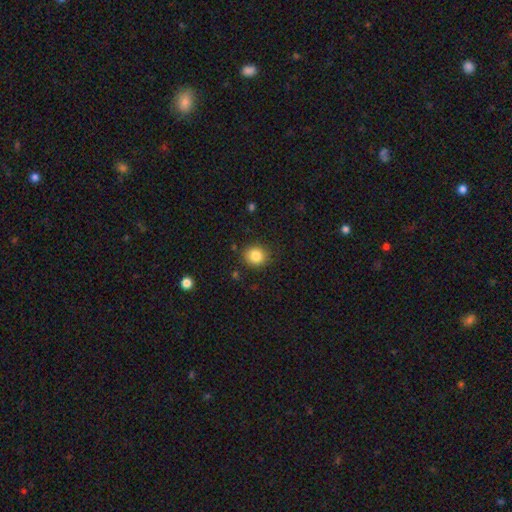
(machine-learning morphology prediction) Q: Smooth or featured?
A: smooth (85%); runner-up: star or artifact (10%)
Q: How rounded?
A: round (78%); runner-up: in between (21%)
Q: Merging?
A: none (86%); runner-up: minor disturbance (10%)